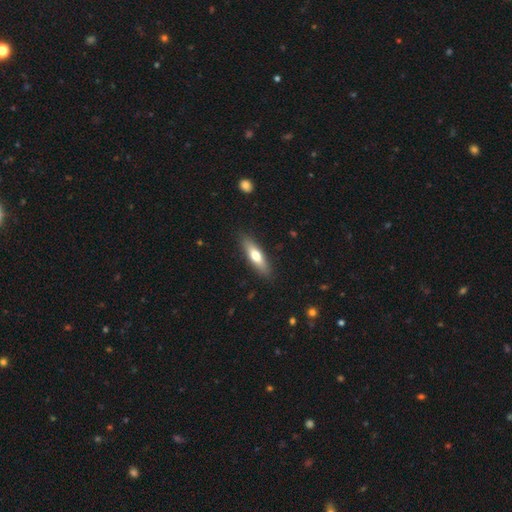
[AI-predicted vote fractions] Smooth or featured? Predicted: smooth (p=0.65). How rounded? Predicted: cigar-shaped (p=0.58). Merging? Predicted: none (p=0.88).